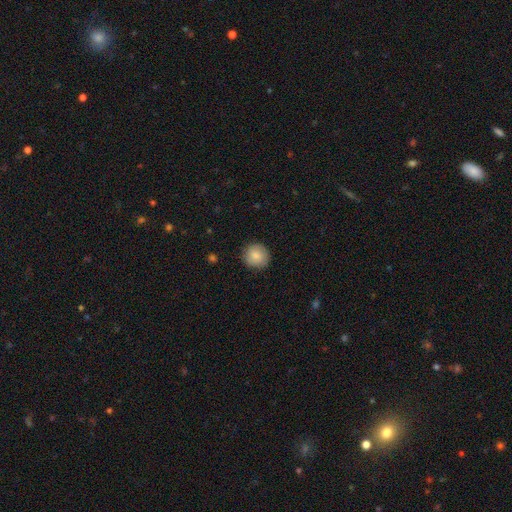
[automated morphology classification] Smooth or featured? smooth (86%)
How rounded? round (91%)
Merging? none (88%)